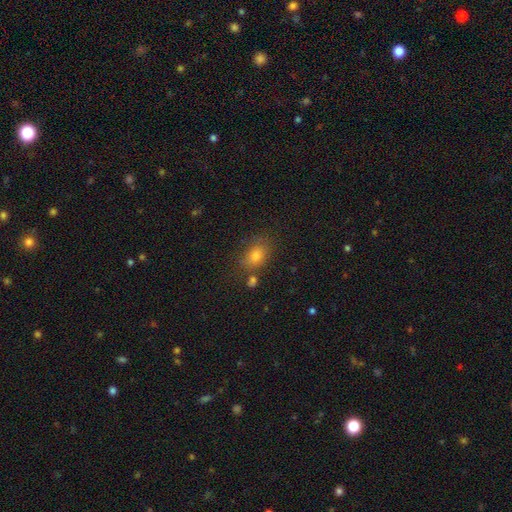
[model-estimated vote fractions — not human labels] Smooth or featured?
  - smooth: 75% *
  - star or artifact: 16%
  - featured or disk: 9%
How rounded?
  - in between: 72% *
  - round: 26%
  - cigar-shaped: 2%
Merging?
  - none: 72% *
  - minor disturbance: 15%
  - merger: 8%
  - major disturbance: 5%